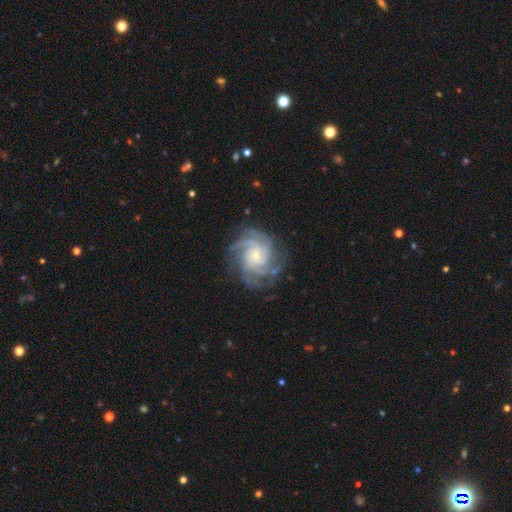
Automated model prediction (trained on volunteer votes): A featured or disk galaxy (89%) with no bar (67%), 4 (33%) tight (60%) spiral arms (98%) and a small central bulge (67%).

Vote fractions:
- Smooth or featured? featured or disk: 89% / star or artifact: 5% / smooth: 5%
- Edge-on disk? no: 98% / yes: 2%
- Bar? no: 67% / weak: 28% / strong: 5%
- Spiral arms? yes: 98% / no: 2%
- Spiral winding? tight: 60% / medium: 34% / loose: 6%
- Spiral arm count? 4: 33% / 3: 19% / can't tell: 17% / more than 4: 16% / 2: 8% / 1: 6%
- Bulge size? small: 67% / moderate: 25% / large: 3% / none: 3% / dominant: 1%
- Merging? none: 75% / minor disturbance: 16% / major disturbance: 8% / merger: 1%